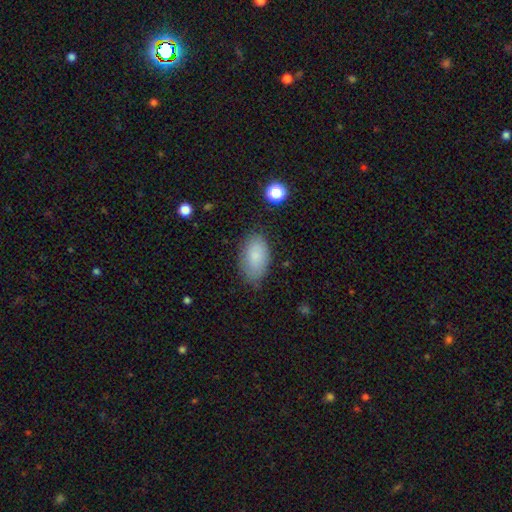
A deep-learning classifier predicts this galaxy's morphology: Smooth or featured?
  - smooth: 84% *
  - featured or disk: 8%
  - star or artifact: 7%
How rounded?
  - in between: 94% *
  - round: 4%
  - cigar-shaped: 2%
Merging?
  - none: 77% *
  - minor disturbance: 17%
  - major disturbance: 4%
  - merger: 2%